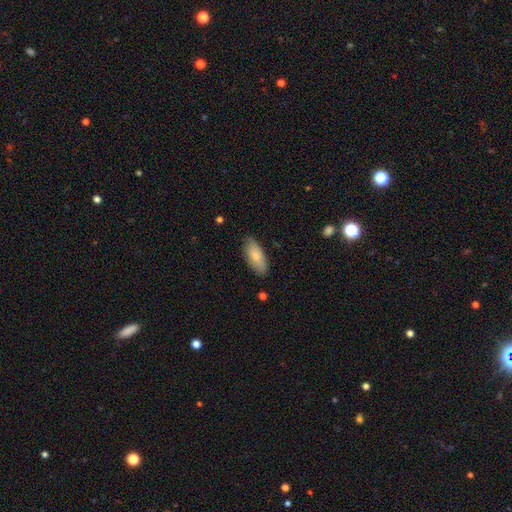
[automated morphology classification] type=smooth (80%); roundness=in between (85%); merging=none (81%).